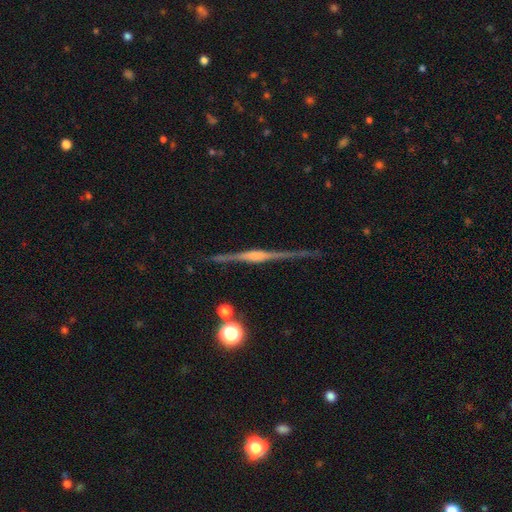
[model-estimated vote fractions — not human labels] Q: Smooth or featured?
A: featured or disk (86%); runner-up: smooth (8%)
Q: Edge-on disk?
A: yes (98%); runner-up: no (2%)
Q: Edge-on bulge?
A: rounded (68%); runner-up: boxy (24%)
Q: Merging?
A: none (88%); runner-up: minor disturbance (9%)